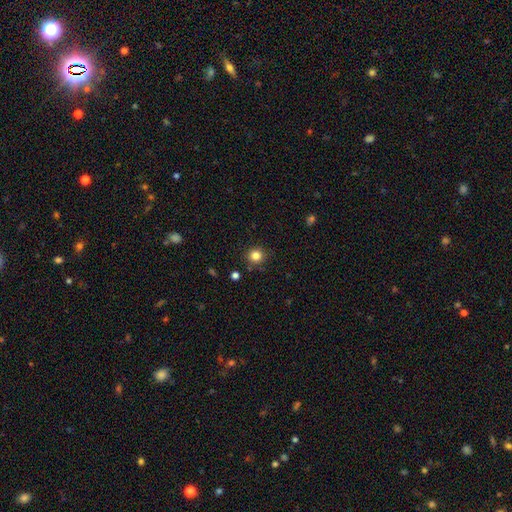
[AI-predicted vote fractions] The model was most divided on "smooth or featured": smooth: 83%, star or artifact: 12%, featured or disk: 5%. More confident: how rounded — round (91%); merging — none (87%).